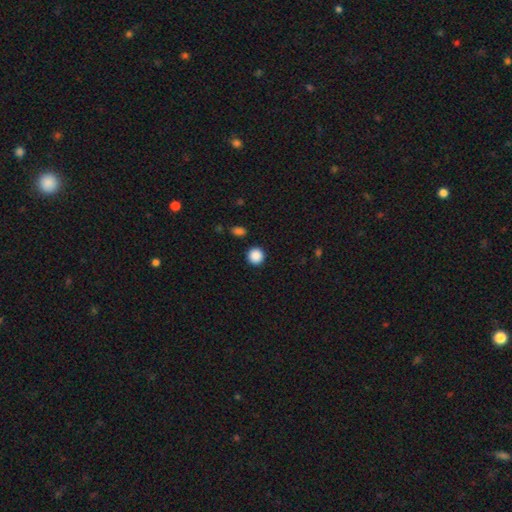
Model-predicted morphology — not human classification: The model was most divided on "smooth or featured": smooth: 89%, star or artifact: 9%, featured or disk: 2%. More confident: how rounded — round (93%); merging — none (91%).